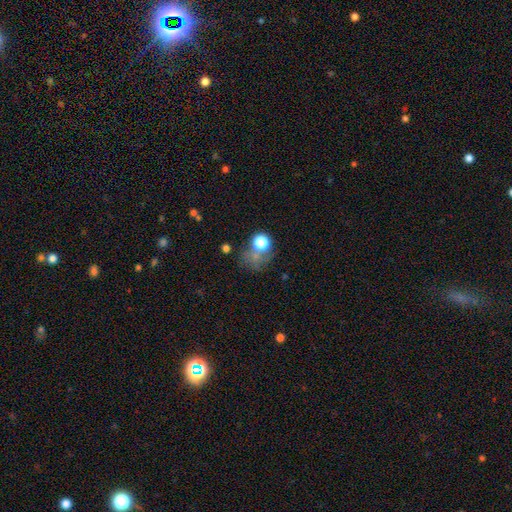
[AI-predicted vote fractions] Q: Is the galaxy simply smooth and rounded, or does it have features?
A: smooth — 62%.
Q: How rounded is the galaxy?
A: round — 70%.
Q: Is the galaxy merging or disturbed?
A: none — 41%.